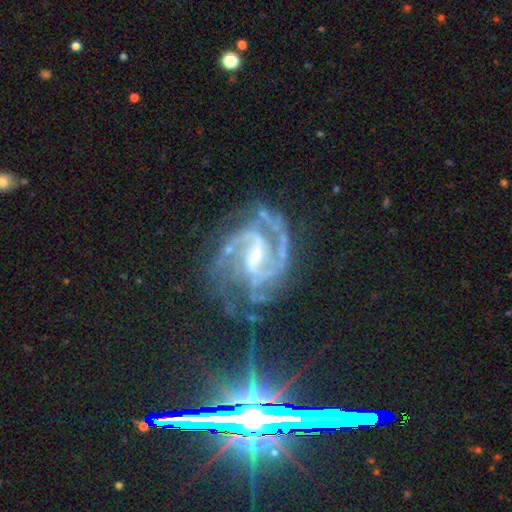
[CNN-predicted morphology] Smooth or featured? Predicted: featured or disk (p=0.90). Edge-on disk? Predicted: no (p=0.98). Bar? Predicted: weak (p=0.51). Spiral arms? Predicted: yes (p=0.98). Spiral winding? Predicted: medium (p=0.55). Spiral arm count? Predicted: 2 (p=0.59). Bulge size? Predicted: small (p=0.45). Merging? Predicted: none (p=0.61).